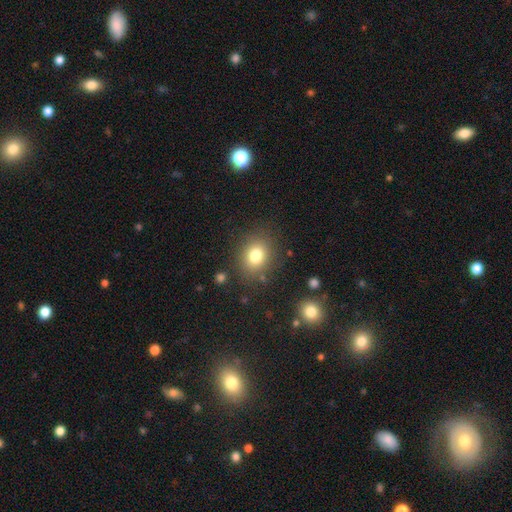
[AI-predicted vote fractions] Overall: smooth (79%). How rounded: round (58%; in between 42%). Merging: none (82%).